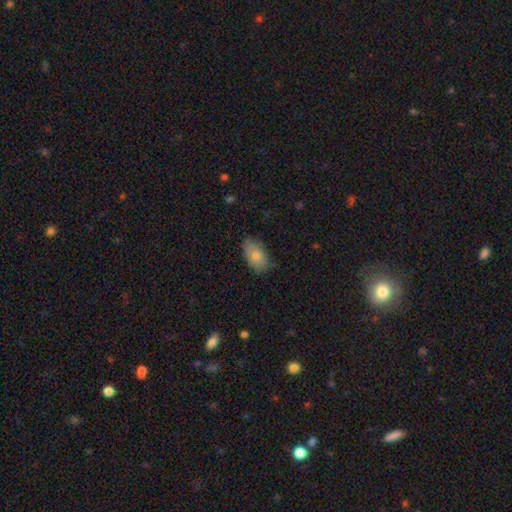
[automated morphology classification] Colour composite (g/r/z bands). It shows a smooth galaxy with no disk features (75%) that is in between round and cigar-shaped (91%). Merging: none (78%).